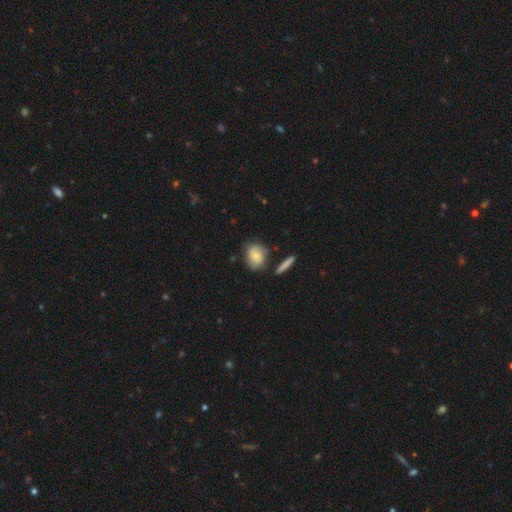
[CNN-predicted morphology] Smooth or featured? smooth (65%)
How rounded? in between (53%)
Merging? none (65%)